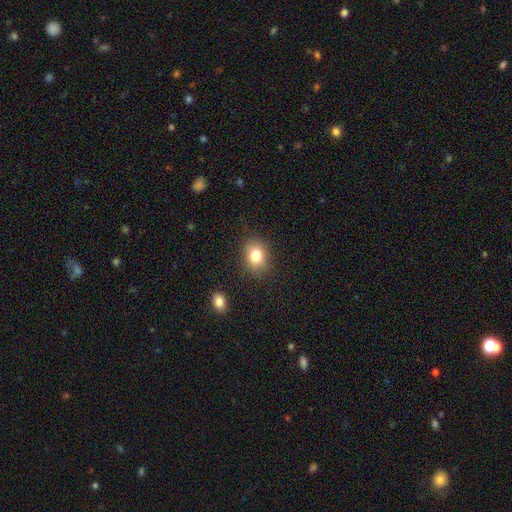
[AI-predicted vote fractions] The model was most divided on "how rounded": round: 54%, in between: 45%, cigar-shaped: 1%. More confident: merging — none (86%); smooth or featured — smooth (80%).